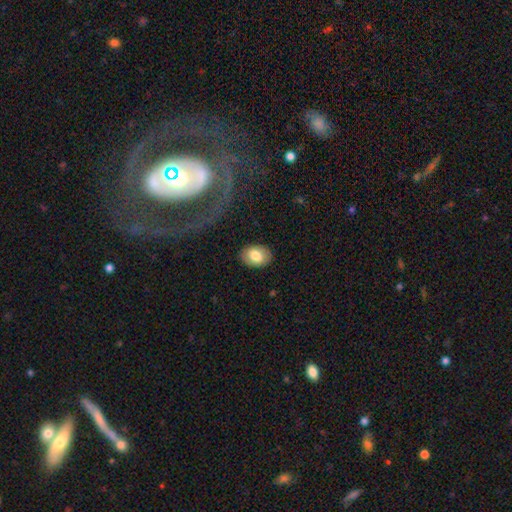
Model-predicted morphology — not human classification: Smooth or featured?
  - smooth: 80% *
  - featured or disk: 13%
  - star or artifact: 7%
How rounded?
  - in between: 75% *
  - round: 24%
  - cigar-shaped: 1%
Merging?
  - none: 88% *
  - minor disturbance: 9%
  - major disturbance: 2%
  - merger: 1%